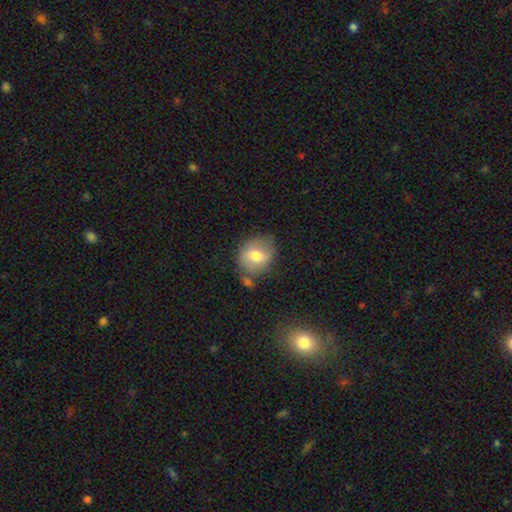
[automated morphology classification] Smooth or featured? Predicted: smooth (p=0.70). How rounded? Predicted: round (p=0.65). Merging? Predicted: none (p=0.65).